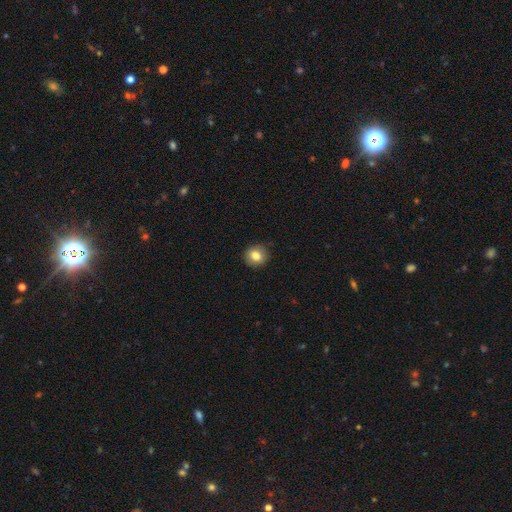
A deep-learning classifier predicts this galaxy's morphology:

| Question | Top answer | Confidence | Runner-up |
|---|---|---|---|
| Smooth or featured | smooth | 81% | featured or disk (10%) |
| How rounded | round | 85% | in between (14%) |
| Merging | none | 90% | minor disturbance (8%) |